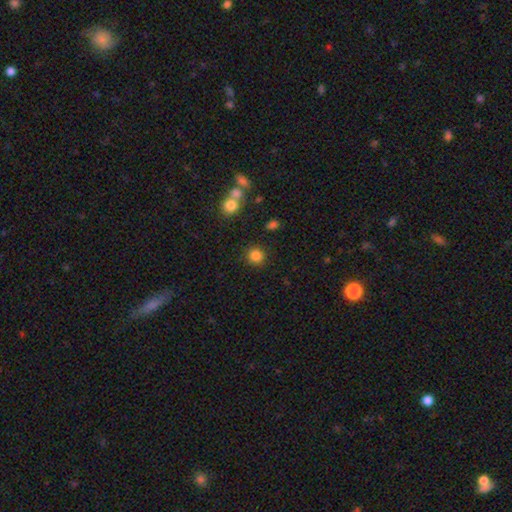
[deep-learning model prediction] This appears to be a smooth galaxy with no disk features (84%) that is round (92%). Merging: none (88%).